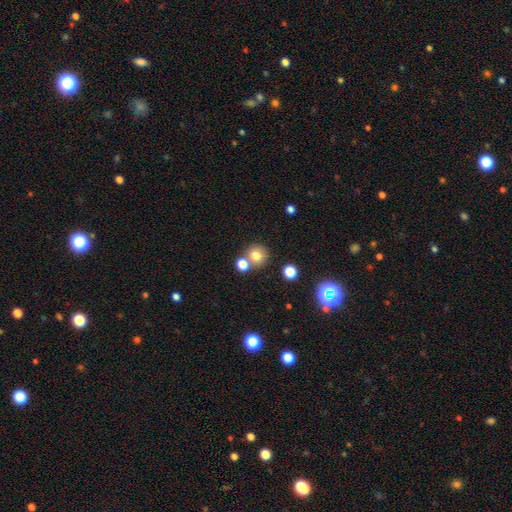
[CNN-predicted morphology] Smooth or featured? smooth (76%)
How rounded? round (88%)
Merging? none (63%)